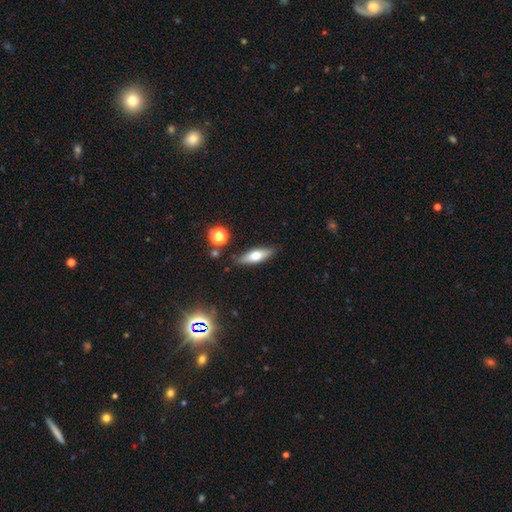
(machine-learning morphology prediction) Smooth or featured: smooth — 55% (featured or disk — 38%)
How rounded: cigar-shaped — 50% (in between — 46%)
Merging: none — 84% (minor disturbance — 11%)